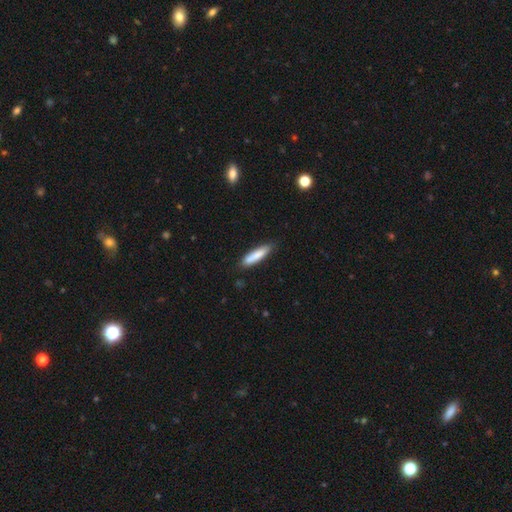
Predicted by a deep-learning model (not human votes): A smooth galaxy with no disk features (82%) that is cigar-shaped (78%). Merging: none (82%).